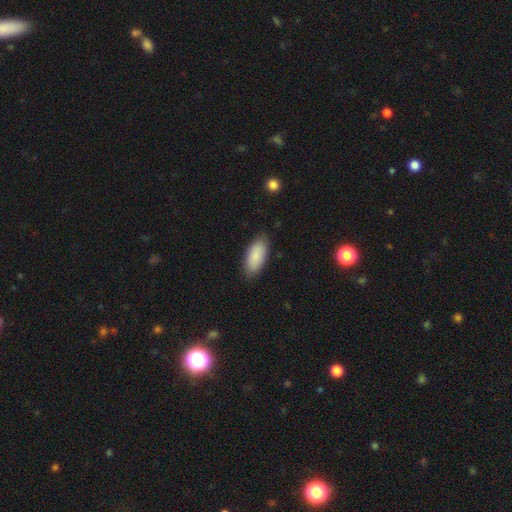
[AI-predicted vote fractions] Smooth or featured: smooth — 88% (featured or disk — 6%)
How rounded: in between — 89% (cigar-shaped — 9%)
Merging: none — 85% (minor disturbance — 12%)